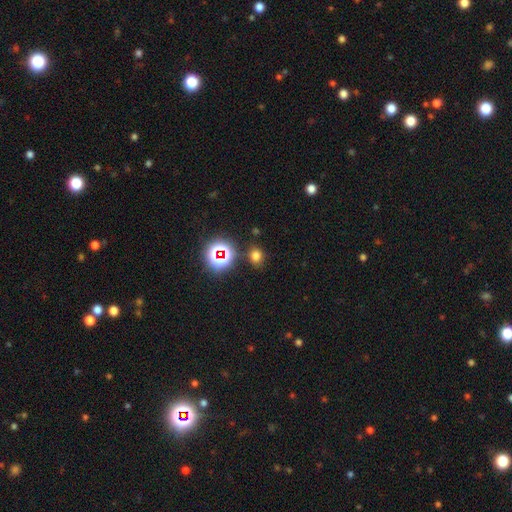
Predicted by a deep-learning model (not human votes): Smooth or featured? smooth (67%)
How rounded? round (65%)
Merging? none (81%)